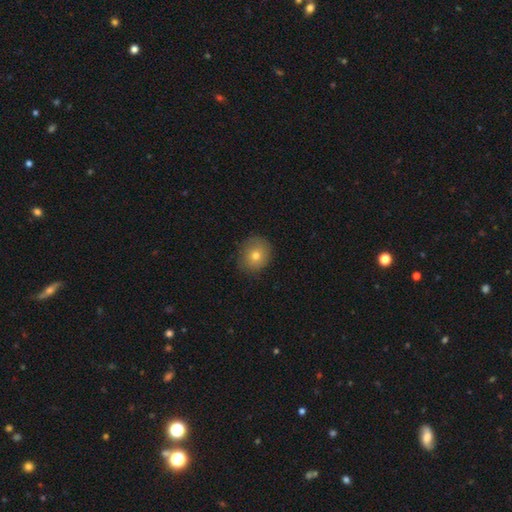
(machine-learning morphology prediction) smooth 73%, featured or disk 15%, star or artifact 12%. Down the decision tree: how rounded — round (78%); merging — none (81%).